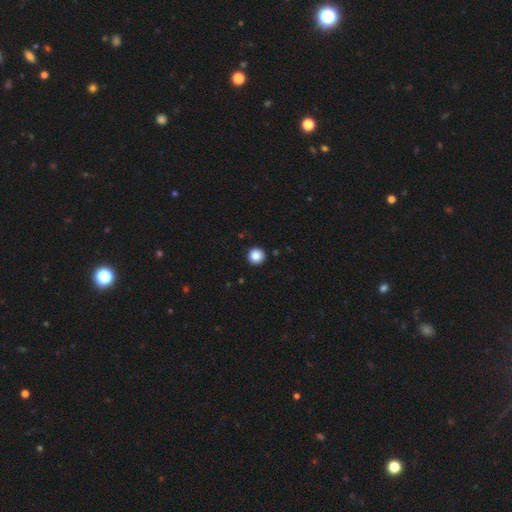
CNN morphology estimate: Smooth or featured: smooth — 87% (star or artifact — 10%)
How rounded: round — 96% (in between — 3%)
Merging: none — 93% (minor disturbance — 4%)